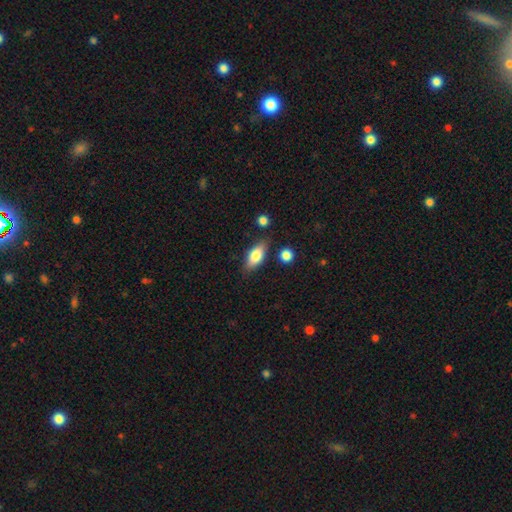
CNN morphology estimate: Q: Smooth or featured?
A: smooth (77%); runner-up: featured or disk (16%)
Q: How rounded?
A: in between (83%); runner-up: cigar-shaped (14%)
Q: Merging?
A: none (79%); runner-up: minor disturbance (14%)